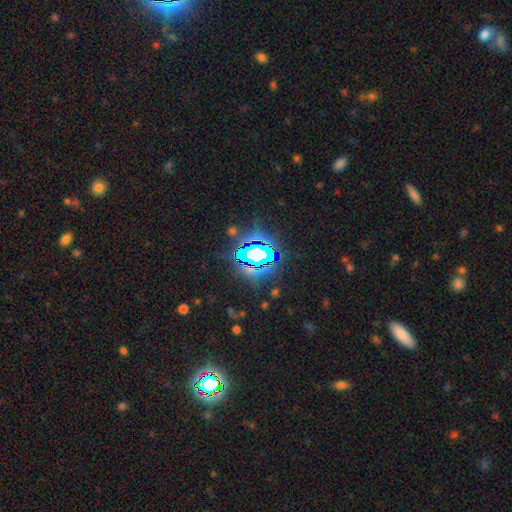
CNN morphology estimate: This is likely a star or artifact rather than a galaxy (71%).